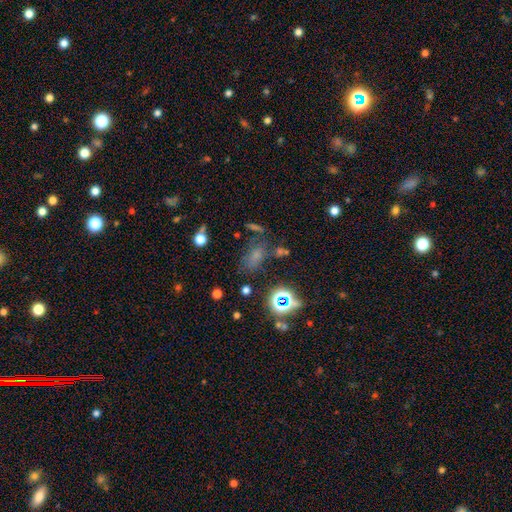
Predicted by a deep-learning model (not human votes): Smooth or featured? smooth (51%)
How rounded? in between (75%)
Merging? none (60%)